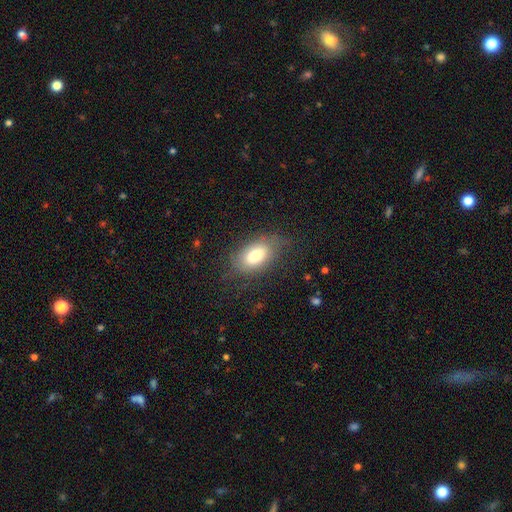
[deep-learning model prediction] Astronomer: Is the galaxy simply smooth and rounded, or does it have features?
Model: smooth — 73%.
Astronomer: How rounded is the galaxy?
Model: in between — 92%.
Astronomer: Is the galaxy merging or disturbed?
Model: none — 68%.